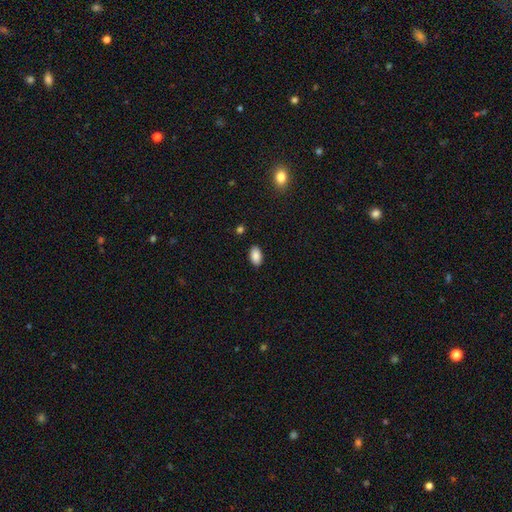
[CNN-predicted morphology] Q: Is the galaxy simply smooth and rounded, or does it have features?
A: smooth — 88%.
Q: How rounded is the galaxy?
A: in between — 94%.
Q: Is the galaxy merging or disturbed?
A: none — 88%.